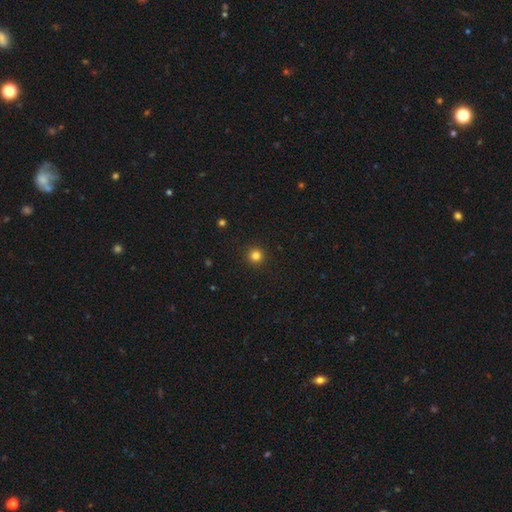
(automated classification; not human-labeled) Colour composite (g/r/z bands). It shows a smooth galaxy with no disk features (82%) that is round (96%). Merging: none (93%).